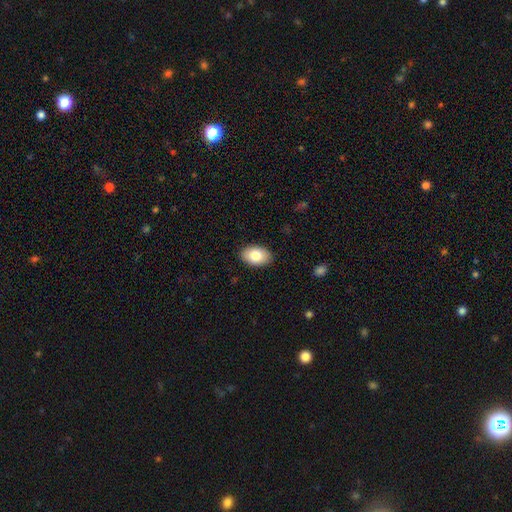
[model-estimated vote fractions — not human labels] smooth-or-featured: smooth: 83% | featured or disk: 10% | star or artifact: 7%
  how-rounded: in between: 90% | round: 9% | cigar-shaped: 1%
  merging: none: 89% | minor disturbance: 8% | major disturbance: 2% | merger: 1%